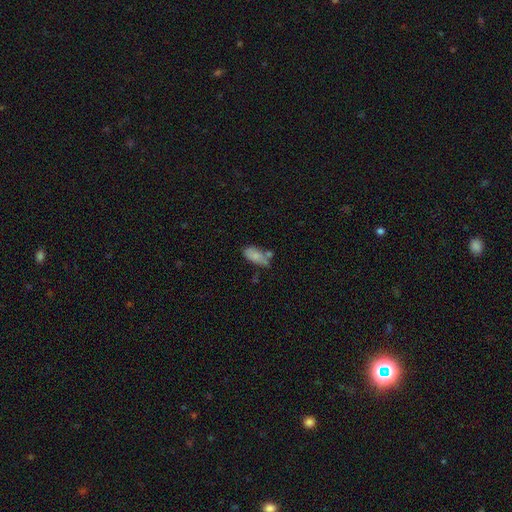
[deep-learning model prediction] The model was most divided on "merging": none: 41%, merger: 25%, minor disturbance: 25%, major disturbance: 9%. More confident: how rounded — in between (88%); smooth or featured — smooth (77%).